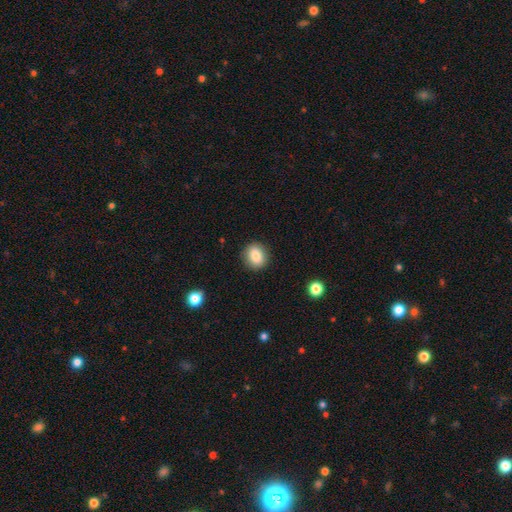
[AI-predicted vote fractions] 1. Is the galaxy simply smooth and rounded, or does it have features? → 84% smooth, 9% star or artifact, 7% featured or disk.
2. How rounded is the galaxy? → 75% round, 24% in between, 1% cigar-shaped.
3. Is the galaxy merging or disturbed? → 89% none, 8% minor disturbance, 2% major disturbance, 1% merger.